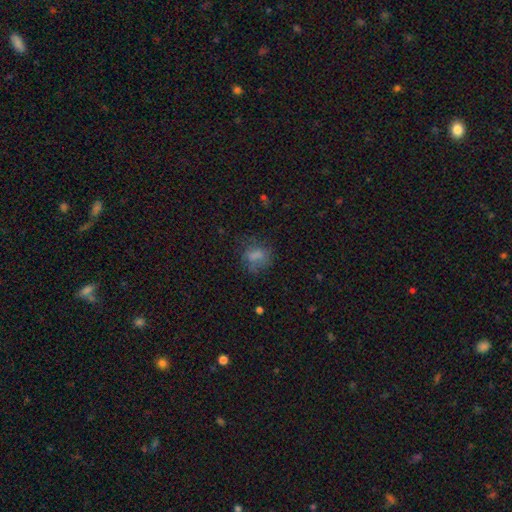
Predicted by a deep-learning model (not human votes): smooth_or_featured: smooth (p=0.65) [alt: featured or disk p=0.20]
how_rounded: in between (p=0.56) [alt: round p=0.42]
merging: none (p=0.53) [alt: minor disturbance p=0.23]